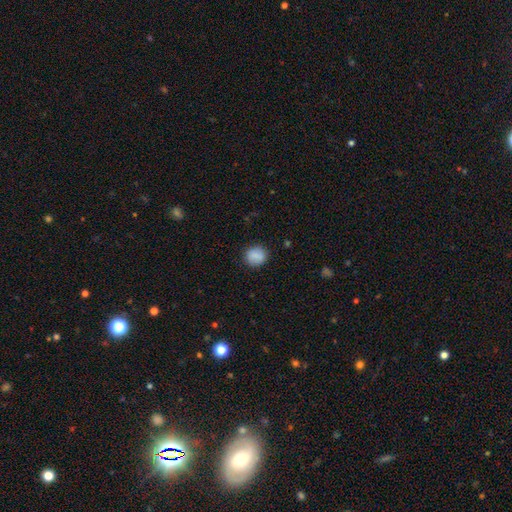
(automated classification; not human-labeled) Smooth or featured? smooth (86%)
How rounded? round (78%)
Merging? none (86%)